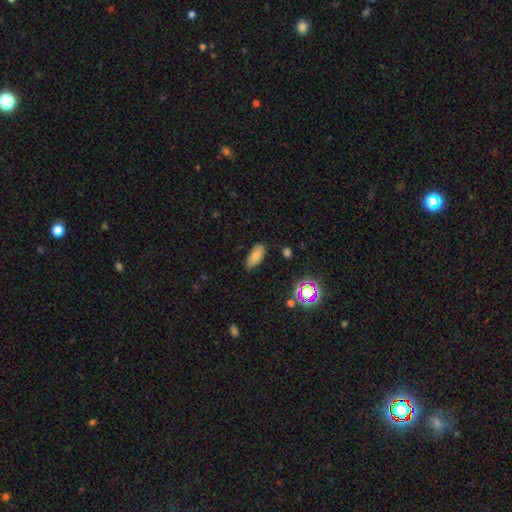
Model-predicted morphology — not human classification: Smooth or featured? smooth (78%)
How rounded? in between (87%)
Merging? none (79%)